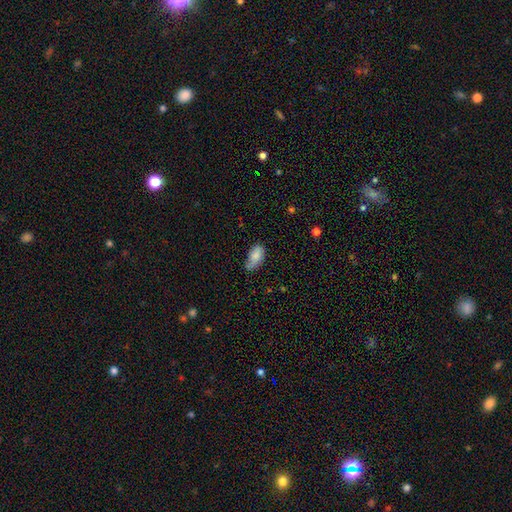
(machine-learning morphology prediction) Smooth or featured: smooth — 78% (featured or disk — 14%)
How rounded: in between — 92% (round — 4%)
Merging: none — 48% (minor disturbance — 37%)